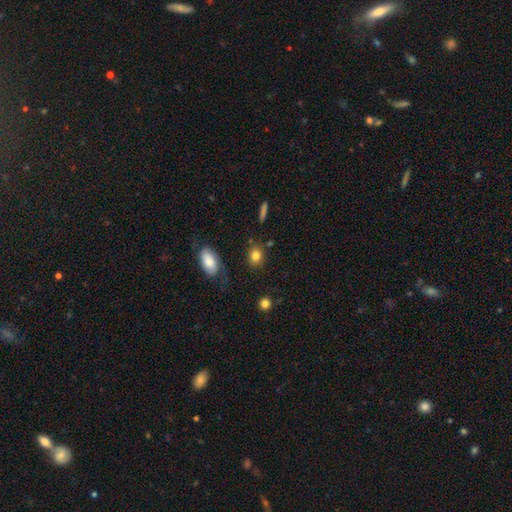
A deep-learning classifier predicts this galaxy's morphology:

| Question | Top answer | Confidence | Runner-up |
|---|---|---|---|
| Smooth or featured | smooth | 82% | star or artifact (10%) |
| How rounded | round | 64% | in between (35%) |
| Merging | none | 80% | minor disturbance (12%) |